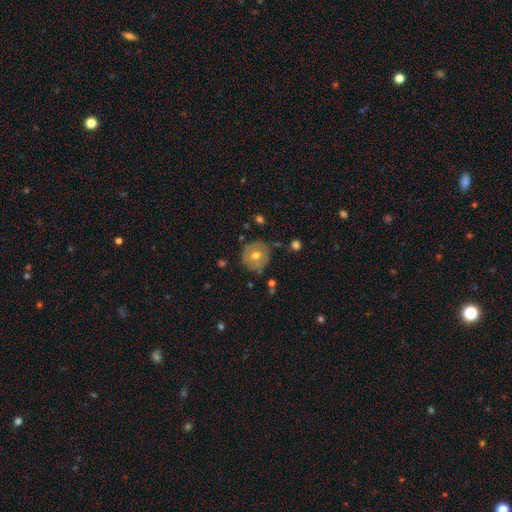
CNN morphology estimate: Smooth or featured? Predicted: smooth (p=0.57). How rounded? Predicted: round (p=0.91). Merging? Predicted: none (p=0.77).